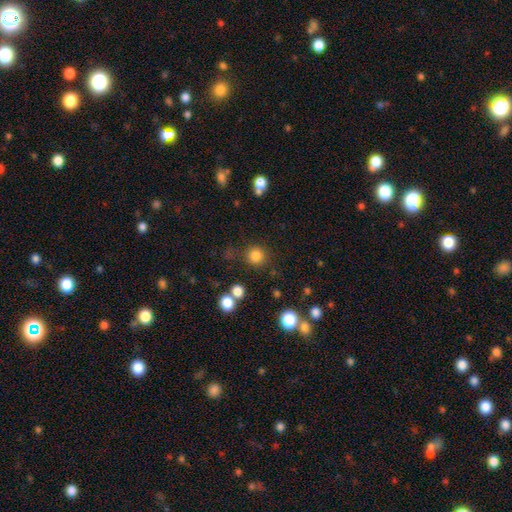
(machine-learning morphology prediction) smooth-or-featured: smooth: 82% | star or artifact: 14% | featured or disk: 5%
  how-rounded: round: 92% | in between: 7% | cigar-shaped: 1%
  merging: none: 82% | minor disturbance: 8% | merger: 6% | major disturbance: 4%